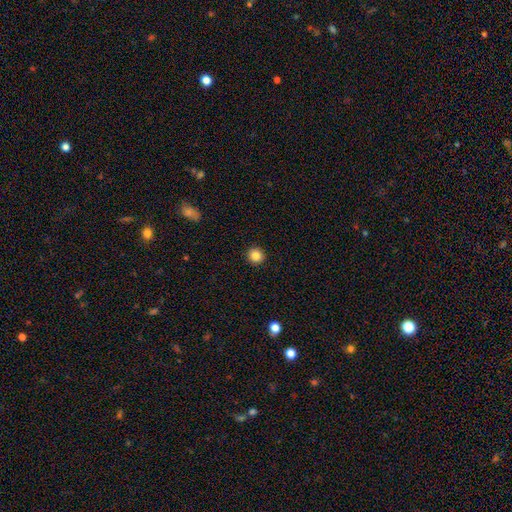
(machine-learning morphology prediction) smooth_or_featured: smooth (p=0.85) [alt: star or artifact p=0.11]
how_rounded: round (p=0.93) [alt: in between p=0.06]
merging: none (p=0.93) [alt: minor disturbance p=0.05]